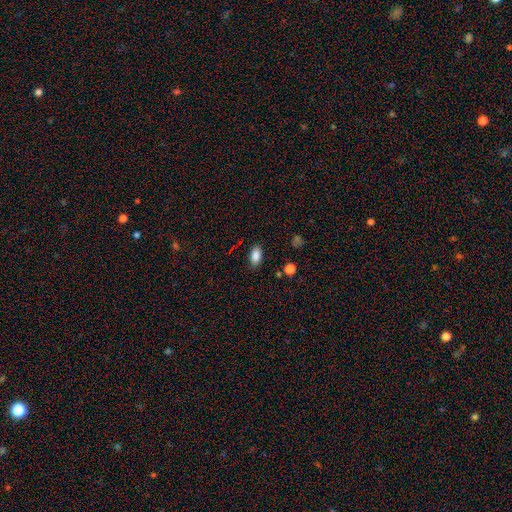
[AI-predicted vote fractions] smooth-or-featured: smooth: 87% | star or artifact: 9% | featured or disk: 5%
  how-rounded: in between: 91% | round: 6% | cigar-shaped: 3%
  merging: none: 85% | minor disturbance: 11% | major disturbance: 3% | merger: 1%